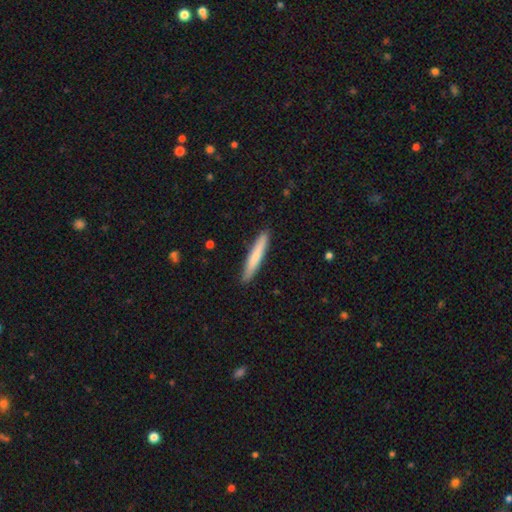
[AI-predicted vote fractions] Smooth or featured: smooth — 73% (featured or disk — 22%)
How rounded: cigar-shaped — 95% (in between — 4%)
Merging: none — 91% (minor disturbance — 7%)